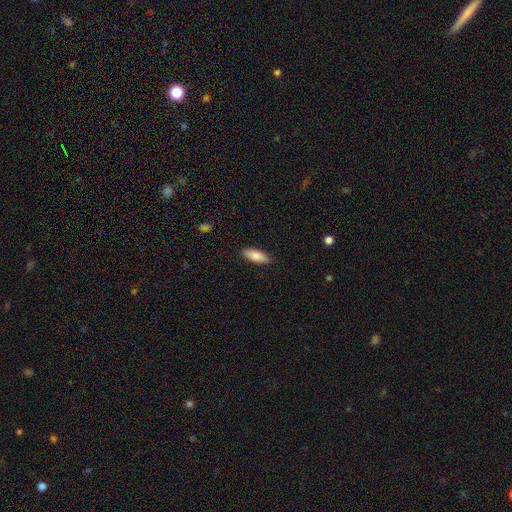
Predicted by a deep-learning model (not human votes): Smooth or featured? Predicted: smooth (p=0.82). How rounded? Predicted: in between (p=0.72). Merging? Predicted: none (p=0.90).